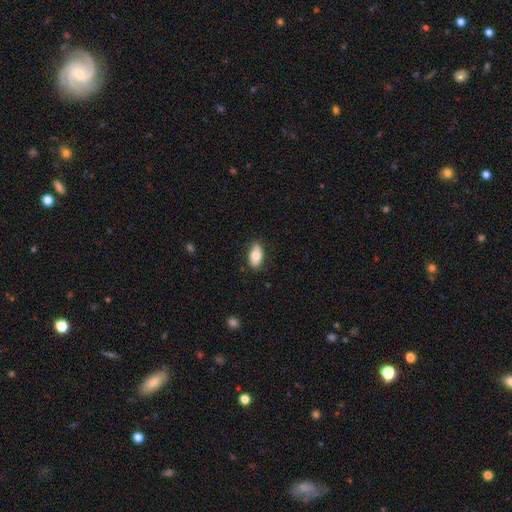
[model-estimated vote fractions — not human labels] smooth-or-featured: smooth: 75% | featured or disk: 18% | star or artifact: 7%
  how-rounded: in between: 90% | cigar-shaped: 5% | round: 4%
  merging: none: 84% | minor disturbance: 13% | major disturbance: 2% | merger: 1%